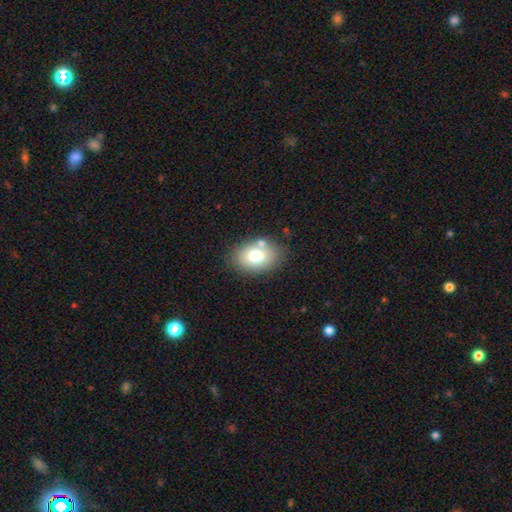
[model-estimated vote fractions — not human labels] smooth 74%, featured or disk 16%, star or artifact 10%. Down the decision tree: how rounded — in between (77%); merging — none (75%).